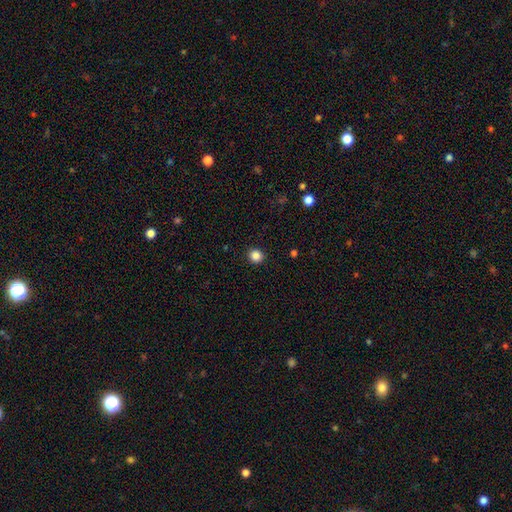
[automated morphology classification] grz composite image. It shows a smooth galaxy with no disk features (85%) that is round (91%). Merging: none (92%).